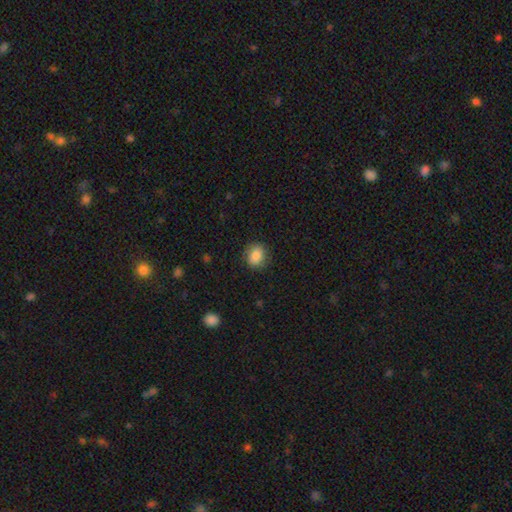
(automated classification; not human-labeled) Smooth or featured?
  - smooth: 86% *
  - star or artifact: 8%
  - featured or disk: 5%
How rounded?
  - round: 56% *
  - in between: 43%
  - cigar-shaped: 1%
Merging?
  - none: 84% *
  - minor disturbance: 12%
  - major disturbance: 3%
  - merger: 1%